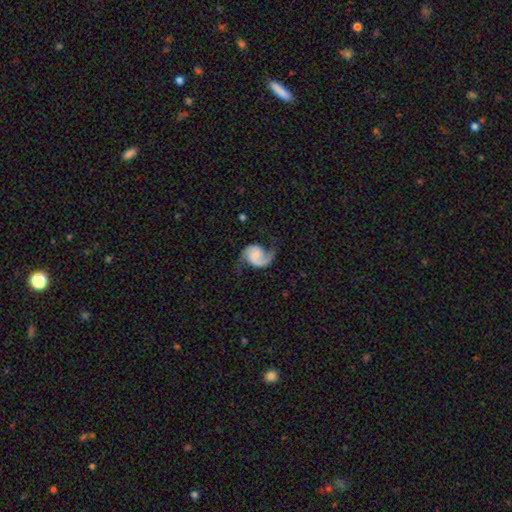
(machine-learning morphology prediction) smooth-or-featured: featured or disk: 86% | smooth: 9% | star or artifact: 5%
  disk-edge-on: no: 98% | yes: 2%
    bar: no: 64% | weak: 28% | strong: 8%
    has-spiral-arms: yes: 97% | no: 3%
      spiral-winding: medium: 44% | loose: 40% | tight: 16%
      spiral-arm-count: 2: 81% | 1: 15% | can't tell: 2% | 3: 1% | 4: 1% | more than 4: 1%
    bulge-size: none: 52% | small: 21% | moderate: 14% | large: 9% | dominant: 4%
  merging: none: 64% | minor disturbance: 20% | major disturbance: 14% | merger: 2%